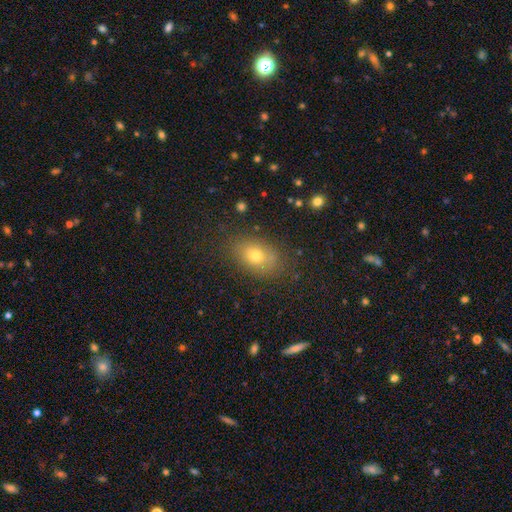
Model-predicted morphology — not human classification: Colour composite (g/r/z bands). It shows a smooth galaxy with no disk features (71%) that is in between round and cigar-shaped (79%). Merging: none (80%).